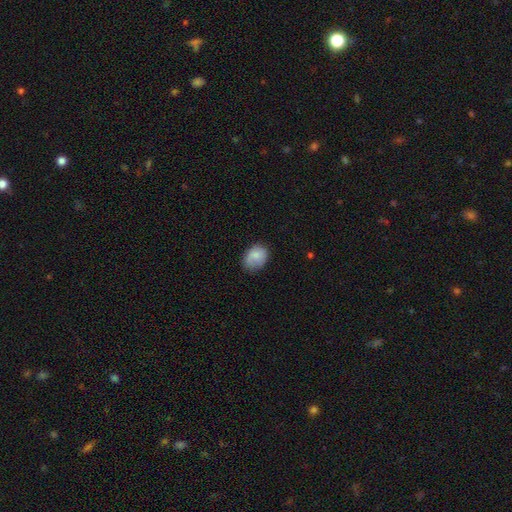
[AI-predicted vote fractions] Q: Smooth or featured?
A: smooth (81%); runner-up: featured or disk (11%)
Q: How rounded?
A: in between (69%); runner-up: round (30%)
Q: Merging?
A: none (65%); runner-up: minor disturbance (27%)